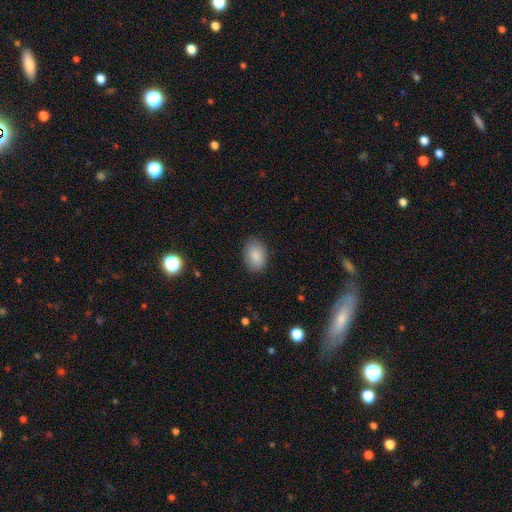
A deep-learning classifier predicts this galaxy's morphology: smooth_or_featured: smooth (p=0.88) [alt: star or artifact p=0.07]
how_rounded: in between (p=0.83) [alt: round p=0.16]
merging: none (p=0.85) [alt: minor disturbance p=0.12]